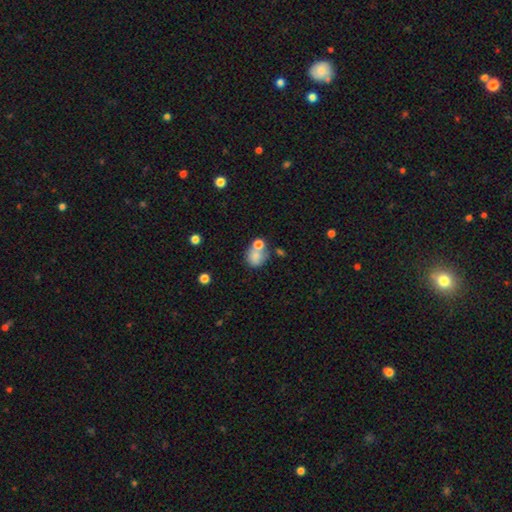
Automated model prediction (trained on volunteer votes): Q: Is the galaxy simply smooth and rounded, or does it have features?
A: smooth — 75%.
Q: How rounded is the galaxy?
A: round — 63%.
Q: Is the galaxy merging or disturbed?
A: none — 41%.